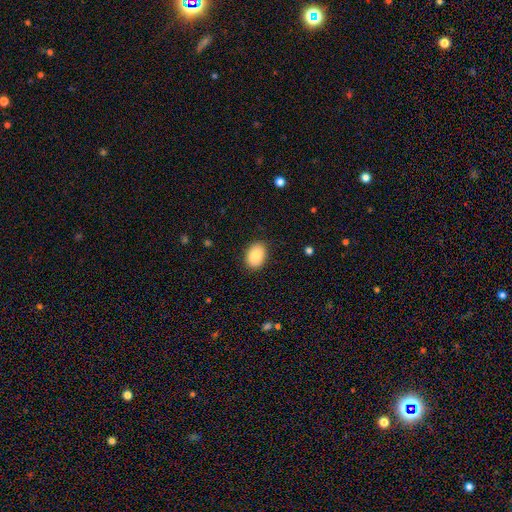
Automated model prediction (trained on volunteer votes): smooth-or-featured: smooth: 86% | star or artifact: 7% | featured or disk: 7%
  how-rounded: in between: 78% | round: 21% | cigar-shaped: 1%
  merging: none: 87% | minor disturbance: 10% | major disturbance: 2% | merger: 1%